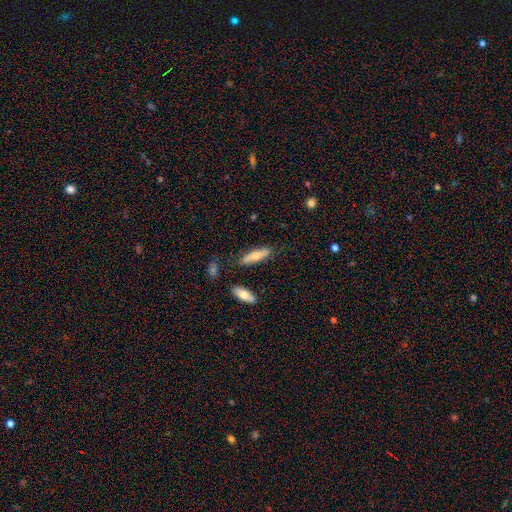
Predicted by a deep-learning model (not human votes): Q: Smooth or featured?
A: smooth (58%); runner-up: featured or disk (36%)
Q: How rounded?
A: cigar-shaped (69%); runner-up: in between (28%)
Q: Merging?
A: none (80%); runner-up: minor disturbance (13%)